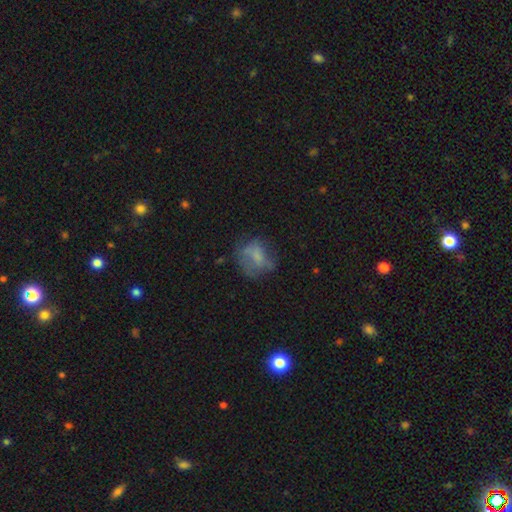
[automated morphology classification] type=smooth (57%); roundness=round (57%); merging=none (47%).